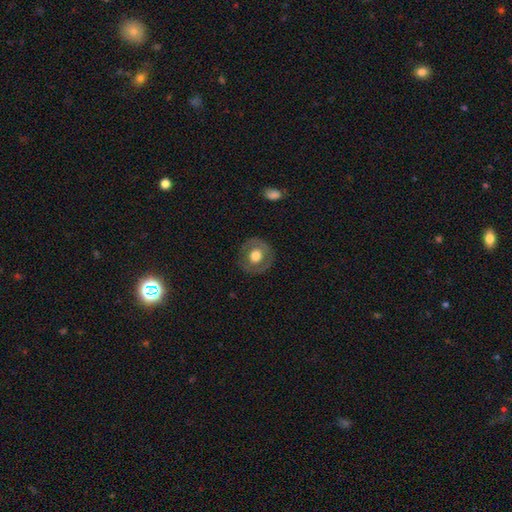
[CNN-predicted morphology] smooth-or-featured: smooth: 55% | featured or disk: 38% | star or artifact: 7%
  how-rounded: round: 88% | in between: 11% | cigar-shaped: 1%
  merging: none: 83% | minor disturbance: 11% | major disturbance: 5% | merger: 1%